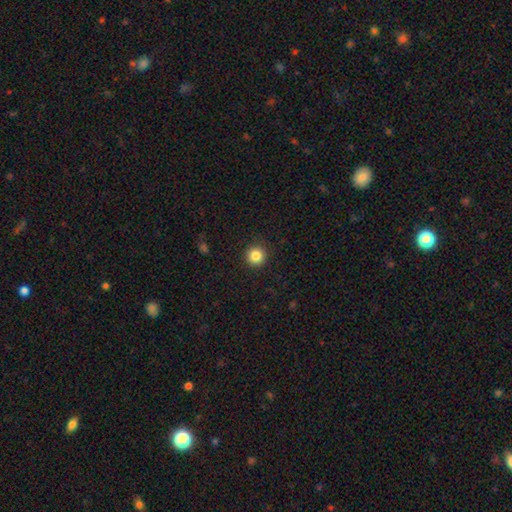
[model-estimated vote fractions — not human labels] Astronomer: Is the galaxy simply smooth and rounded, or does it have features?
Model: smooth — 85%.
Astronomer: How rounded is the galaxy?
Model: round — 95%.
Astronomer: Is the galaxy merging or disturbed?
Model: none — 92%.